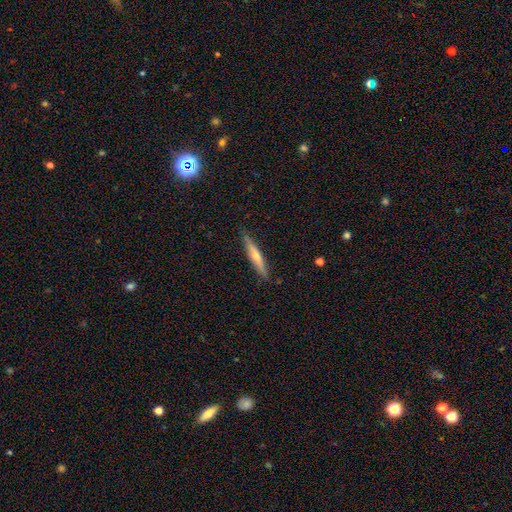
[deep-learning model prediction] Smooth or featured?
  - featured or disk: 52% *
  - smooth: 42%
  - star or artifact: 6%
Edge-on disk?
  - yes: 95% *
  - no: 5%
Merging?
  - none: 89% *
  - minor disturbance: 9%
  - major disturbance: 2%
  - merger: 1%